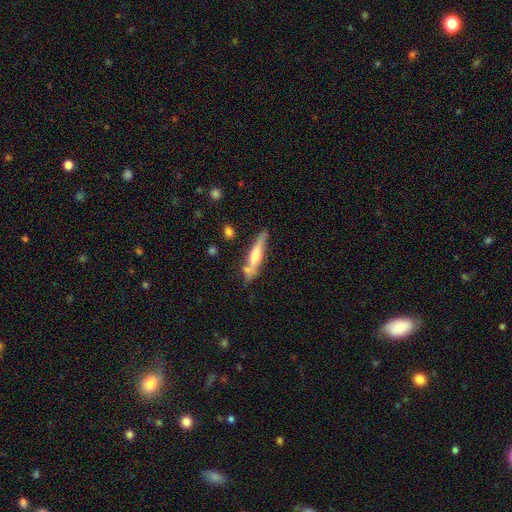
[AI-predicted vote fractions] smooth-or-featured: featured or disk: 52% | smooth: 42% | star or artifact: 6%
  disk-edge-on: yes: 85% | no: 15%
  merging: none: 61% | minor disturbance: 23% | merger: 10% | major disturbance: 6%